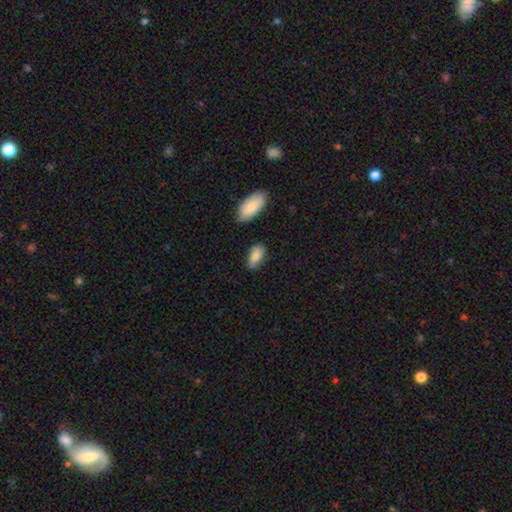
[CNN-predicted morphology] A smooth galaxy with no disk features (73%) that is in between round and cigar-shaped (89%). Merging: none (65%).